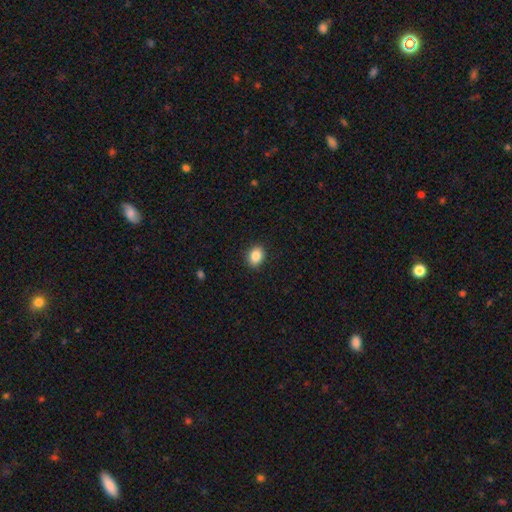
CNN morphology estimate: type=smooth (86%); roundness=in between (57%); merging=none (90%).